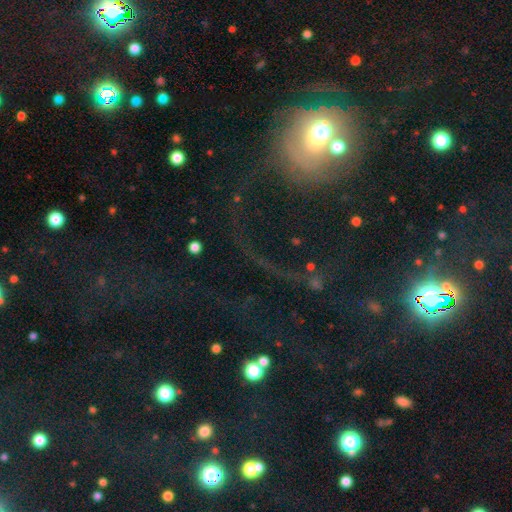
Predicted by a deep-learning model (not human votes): This is marginally a star or artifact rather than a galaxy (45%).